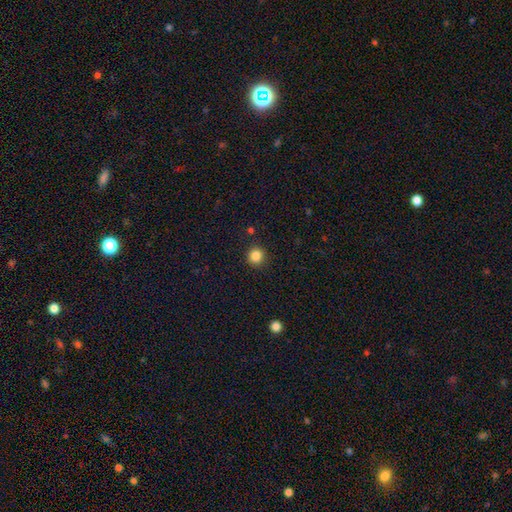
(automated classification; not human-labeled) smooth-or-featured: smooth: 85% | star or artifact: 11% | featured or disk: 4%
  how-rounded: round: 92% | in between: 7% | cigar-shaped: 1%
  merging: none: 91% | minor disturbance: 6% | major disturbance: 2% | merger: 2%